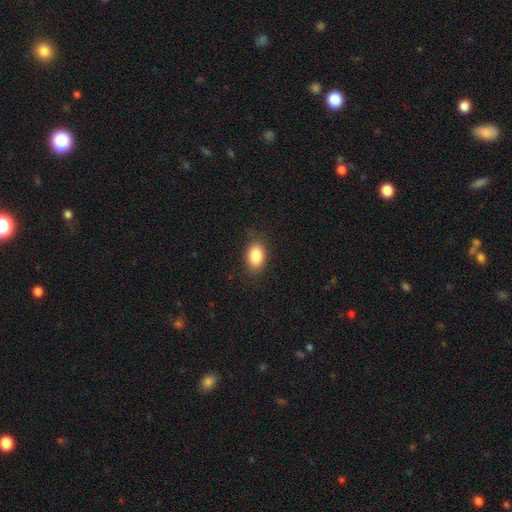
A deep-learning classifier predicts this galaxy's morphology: Smooth or featured: smooth — 86% (star or artifact — 8%)
How rounded: in between — 86% (round — 12%)
Merging: none — 81% (minor disturbance — 14%)